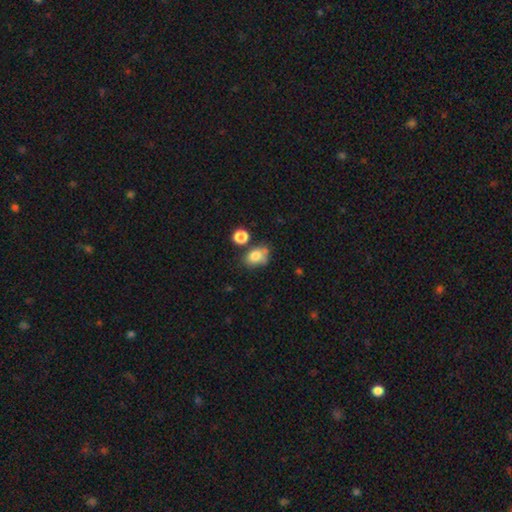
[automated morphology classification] smooth_or_featured: smooth (p=0.78) [alt: featured or disk p=0.12]
how_rounded: in between (p=0.71) [alt: round p=0.28]
merging: none (p=0.49) [alt: minor disturbance p=0.24]